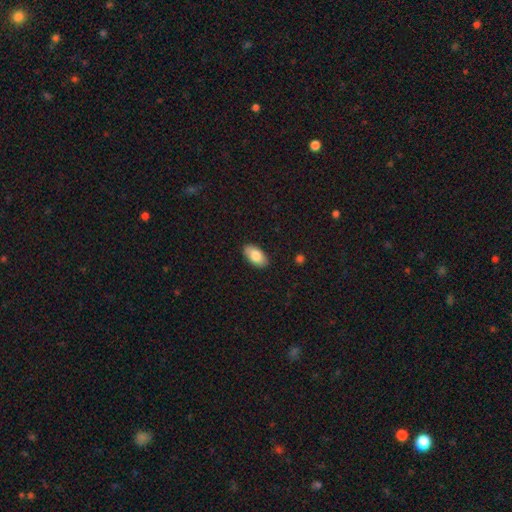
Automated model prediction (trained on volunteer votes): Morphology: type=smooth (81%); roundness=in between (94%); merging=none (88%).